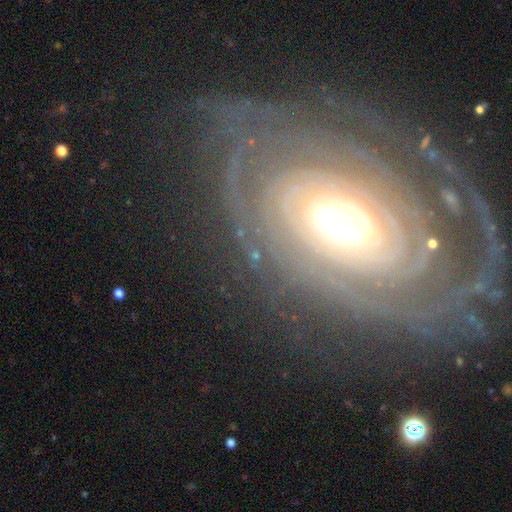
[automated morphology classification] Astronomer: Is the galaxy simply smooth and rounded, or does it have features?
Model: featured or disk — 81%.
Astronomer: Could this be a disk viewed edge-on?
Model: no — 93%.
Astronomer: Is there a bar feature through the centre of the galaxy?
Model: no — 65%.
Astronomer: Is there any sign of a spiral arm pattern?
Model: yes — 87%.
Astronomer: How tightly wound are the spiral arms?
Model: tight — 80%.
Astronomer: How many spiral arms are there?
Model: can't tell — 39% (runner-up: 2, 16%).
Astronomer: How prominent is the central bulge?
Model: moderate — 51% (runner-up: large, 33%).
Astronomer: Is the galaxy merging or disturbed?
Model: none — 74%.